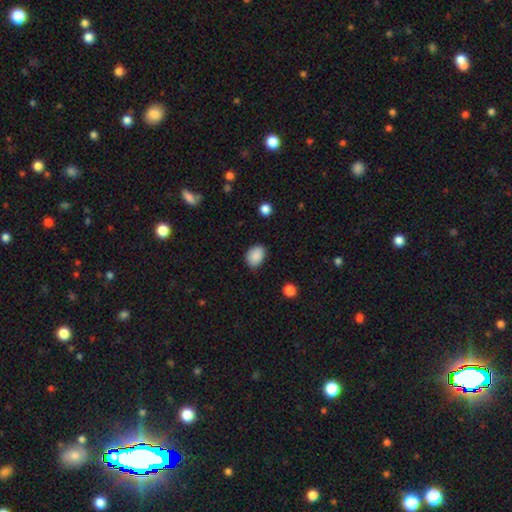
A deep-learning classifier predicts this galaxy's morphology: Smooth or featured: smooth — 89% (star or artifact — 8%)
How rounded: in between — 74% (round — 25%)
Merging: none — 80% (minor disturbance — 16%)